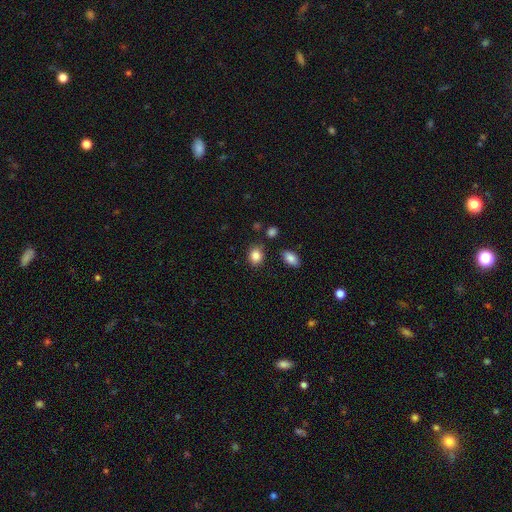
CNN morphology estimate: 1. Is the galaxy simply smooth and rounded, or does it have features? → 86% smooth, 9% star or artifact, 5% featured or disk.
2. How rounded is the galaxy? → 52% round, 47% in between, 1% cigar-shaped.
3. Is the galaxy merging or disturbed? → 80% none, 12% minor disturbance, 5% merger, 3% major disturbance.